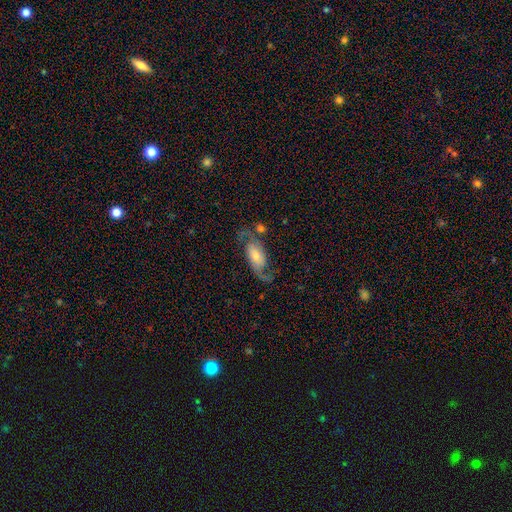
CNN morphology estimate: The model was most divided on "bulge size": moderate: 40%, small: 37%, large: 14%, none: 6%, dominant: 3%. Remaining: spiral arms — yes (95%); edge-on disk — no (94%); spiral arm count — 2 (90%); smooth or featured — featured or disk (79%); merging — none (68%); bar — no (54%); spiral winding — loose (50%).